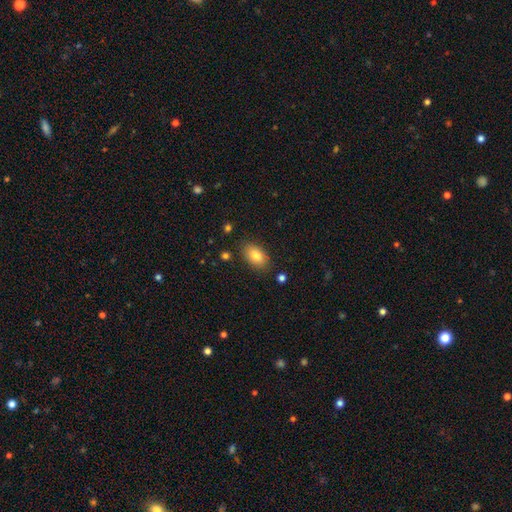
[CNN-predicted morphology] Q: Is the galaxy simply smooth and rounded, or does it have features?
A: smooth — 82%.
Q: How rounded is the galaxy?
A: in between — 90%.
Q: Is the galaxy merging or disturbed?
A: none — 84%.